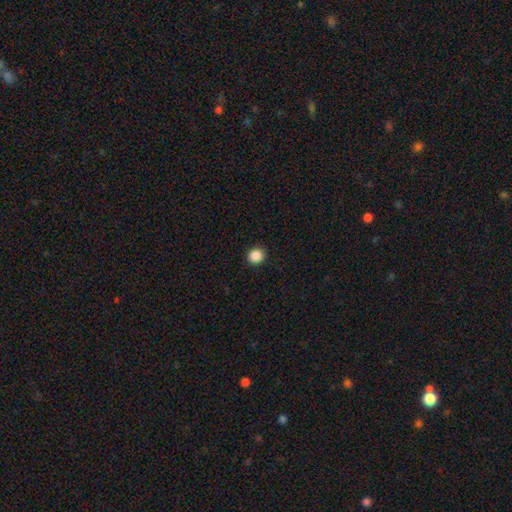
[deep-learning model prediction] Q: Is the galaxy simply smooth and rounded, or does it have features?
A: smooth — 88%.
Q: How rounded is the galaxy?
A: round — 88%.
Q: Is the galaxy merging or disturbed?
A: none — 92%.